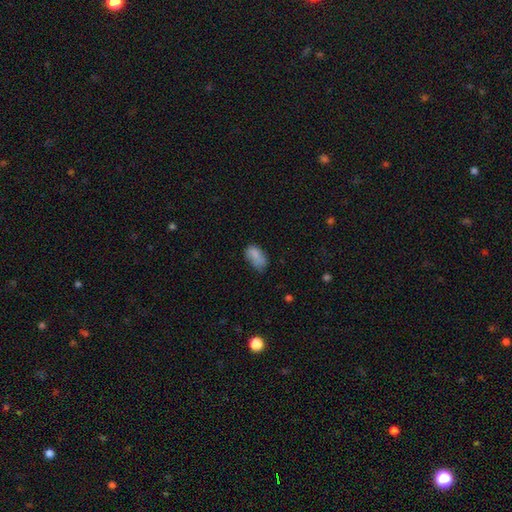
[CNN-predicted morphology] The model was most divided on "merging": none: 54%, minor disturbance: 33%, major disturbance: 10%, merger: 4%. More confident: how rounded — in between (92%); smooth or featured — smooth (82%).